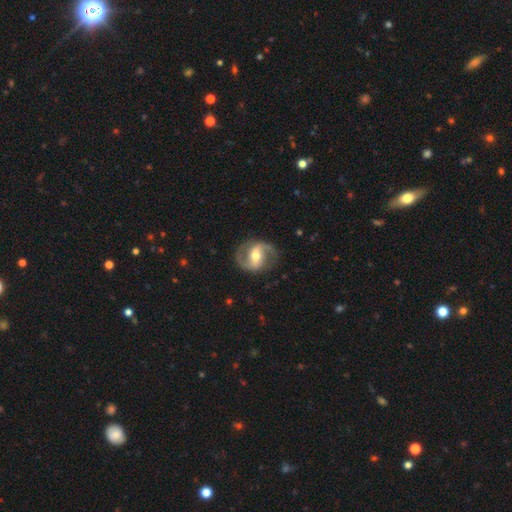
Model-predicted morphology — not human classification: A featured or disk galaxy (88%) with a weak bar (42%), 2 (93%) medium (54%) spiral arms (95%) and a moderate central bulge (68%).

Vote fractions:
- Smooth or featured? featured or disk: 88% / smooth: 8% / star or artifact: 5%
- Edge-on disk? no: 98% / yes: 2%
- Bar? weak: 42% / strong: 36% / no: 22%
- Spiral arms? yes: 95% / no: 5%
- Spiral winding? medium: 54% / loose: 30% / tight: 16%
- Spiral arm count? 2: 93% / can't tell: 2% / 1: 2% / 3: 1% / 4: 1% / more than 4: 1%
- Bulge size? moderate: 68% / small: 24% / large: 6% / none: 1% / dominant: 1%
- Merging? none: 85% / minor disturbance: 10% / major disturbance: 4% / merger: 1%